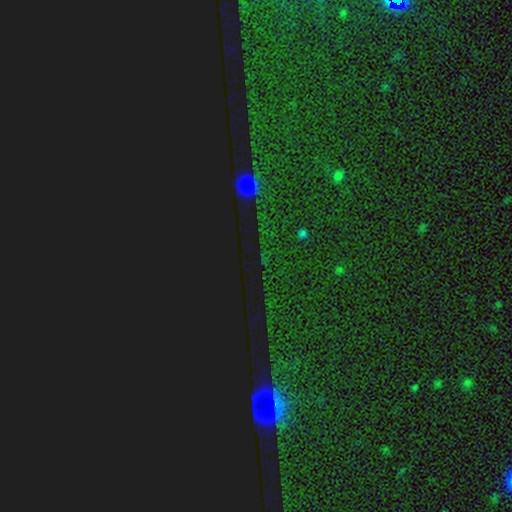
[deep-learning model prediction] smooth-or-featured: star or artifact: 79% | smooth: 13% | featured or disk: 8%